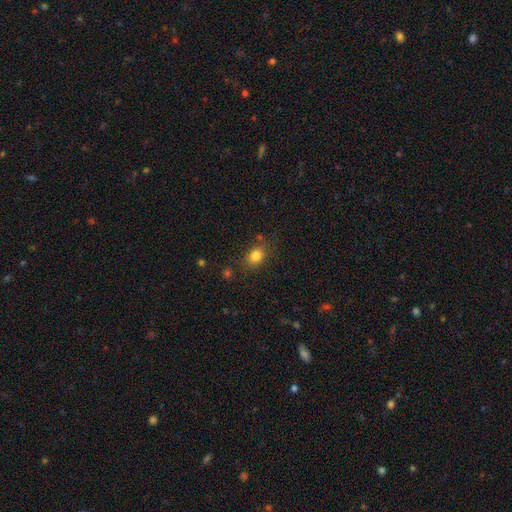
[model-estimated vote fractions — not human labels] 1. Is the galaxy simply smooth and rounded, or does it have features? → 82% smooth, 11% star or artifact, 7% featured or disk.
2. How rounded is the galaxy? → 55% in between, 44% round, 1% cigar-shaped.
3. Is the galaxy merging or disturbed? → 77% none, 15% minor disturbance, 5% major disturbance, 4% merger.